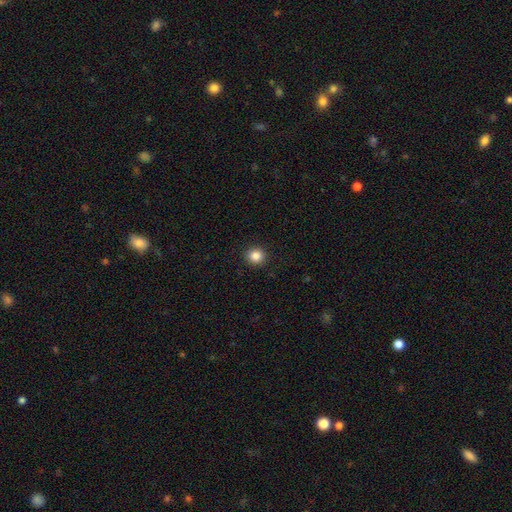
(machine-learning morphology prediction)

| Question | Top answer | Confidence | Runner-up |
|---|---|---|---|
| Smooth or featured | smooth | 85% | star or artifact (10%) |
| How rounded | round | 89% | in between (10%) |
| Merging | none | 92% | minor disturbance (5%) |